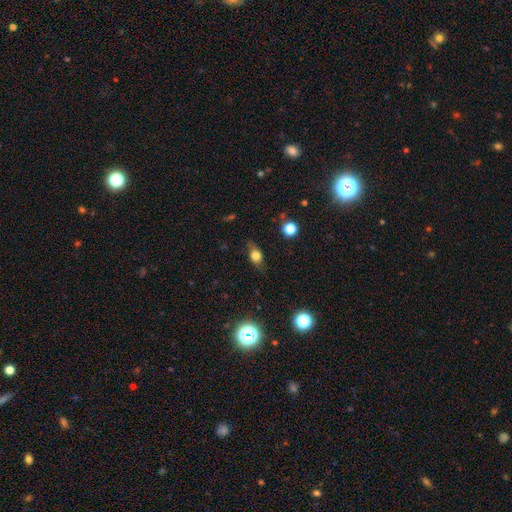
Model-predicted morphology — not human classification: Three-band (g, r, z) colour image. It shows a smooth galaxy with no disk features (70%) that is in between round and cigar-shaped (68%). Merging: none (71%).